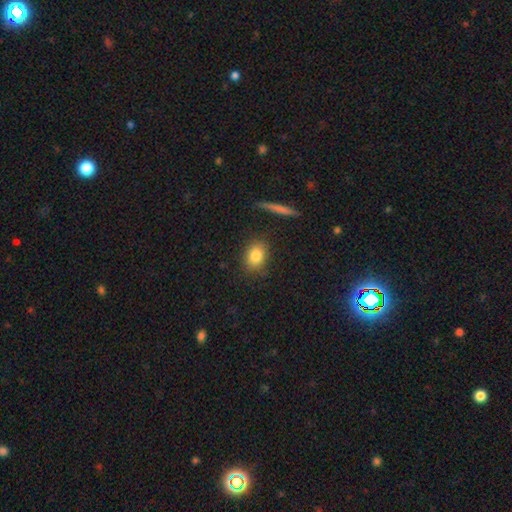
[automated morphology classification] smooth-or-featured: smooth: 83% | star or artifact: 9% | featured or disk: 8%
  how-rounded: in between: 55% | round: 43% | cigar-shaped: 3%
  merging: none: 83% | minor disturbance: 11% | major disturbance: 3% | merger: 2%